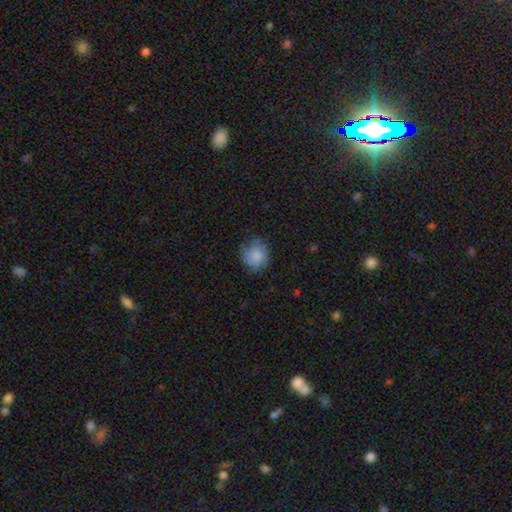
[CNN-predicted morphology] Smooth or featured? smooth (78%)
How rounded? round (85%)
Merging? none (68%)